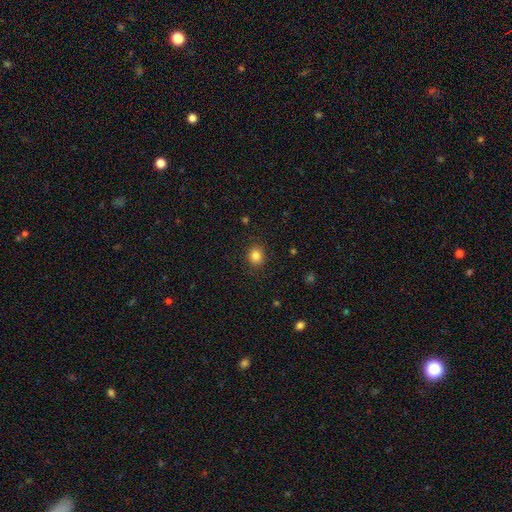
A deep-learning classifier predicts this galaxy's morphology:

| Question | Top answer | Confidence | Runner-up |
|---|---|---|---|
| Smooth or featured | smooth | 84% | star or artifact (11%) |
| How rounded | round | 77% | in between (22%) |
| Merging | none | 89% | minor disturbance (8%) |